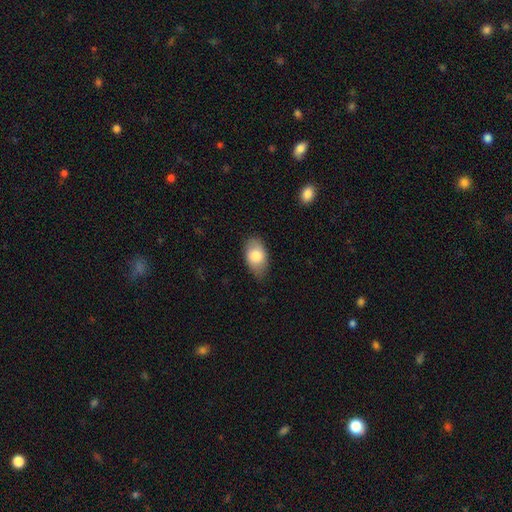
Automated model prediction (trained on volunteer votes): Morphology: type=smooth (81%); roundness=in between (92%); merging=none (74%).